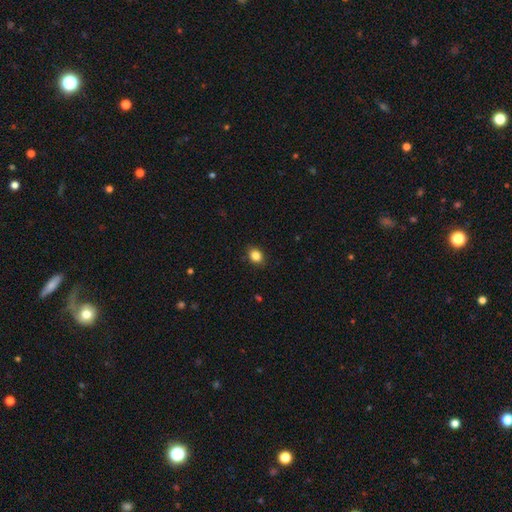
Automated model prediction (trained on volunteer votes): This appears to be a smooth galaxy with no disk features (86%) that is in between round and cigar-shaped (52%). Merging: none (87%).